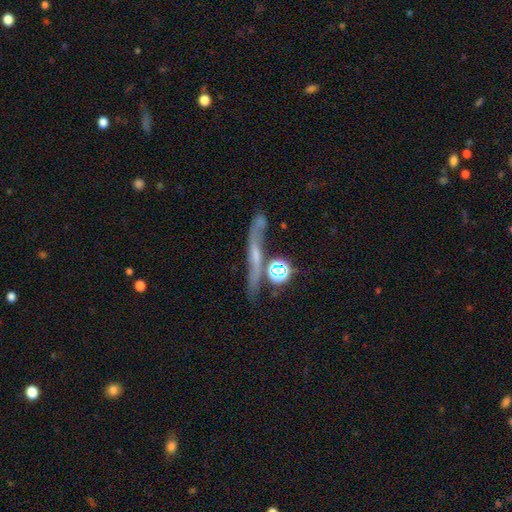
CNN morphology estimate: Smooth or featured?
  - featured or disk: 53% *
  - smooth: 27%
  - star or artifact: 20%
Edge-on disk?
  - yes: 70% *
  - no: 30%
Merging?
  - none: 57% *
  - minor disturbance: 17%
  - merger: 14%
  - major disturbance: 12%